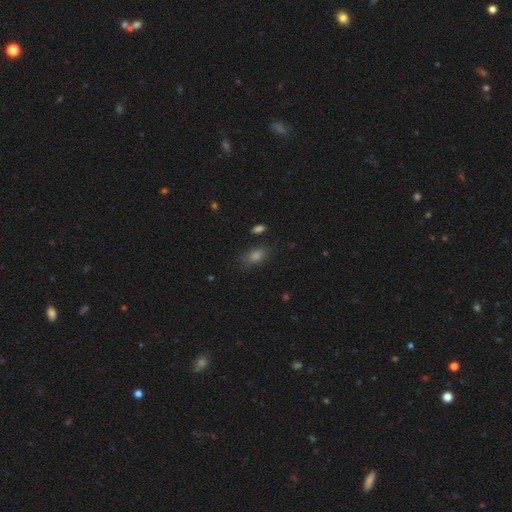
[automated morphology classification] This appears to be a smooth galaxy with no disk features (74%) that is in between round and cigar-shaped (82%). Merging: none (81%).